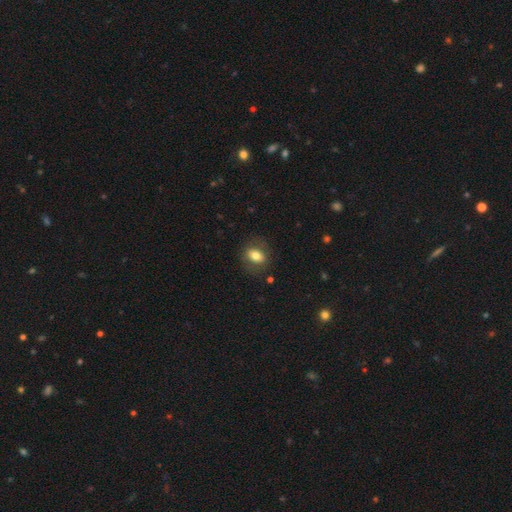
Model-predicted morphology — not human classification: smooth 73%, featured or disk 18%, star or artifact 9%. Down the decision tree: how rounded — in between (69%); merging — none (77%).